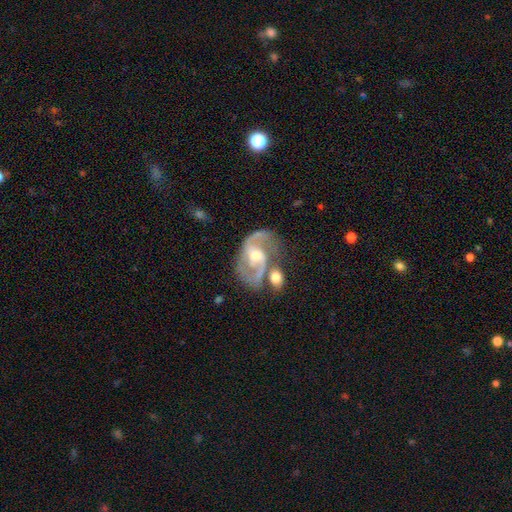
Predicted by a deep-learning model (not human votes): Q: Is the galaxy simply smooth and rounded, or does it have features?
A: featured or disk — 88%.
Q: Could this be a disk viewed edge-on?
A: no — 97%.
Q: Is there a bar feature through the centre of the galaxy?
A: weak — 45%.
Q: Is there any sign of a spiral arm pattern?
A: yes — 96%.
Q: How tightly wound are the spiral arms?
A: medium — 57%.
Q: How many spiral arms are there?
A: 2 — 88%.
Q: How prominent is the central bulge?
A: moderate — 57%.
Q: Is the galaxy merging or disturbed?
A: none — 50%.